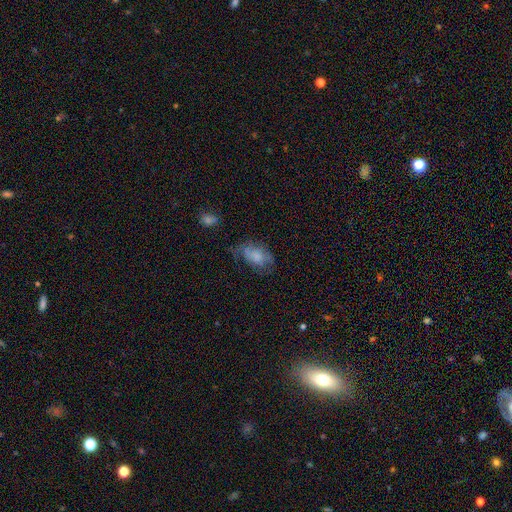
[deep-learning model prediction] smooth-or-featured: smooth: 61% | featured or disk: 30% | star or artifact: 9%
  how-rounded: in between: 89% | round: 9% | cigar-shaped: 2%
  merging: none: 41% | minor disturbance: 30% | major disturbance: 26% | merger: 3%